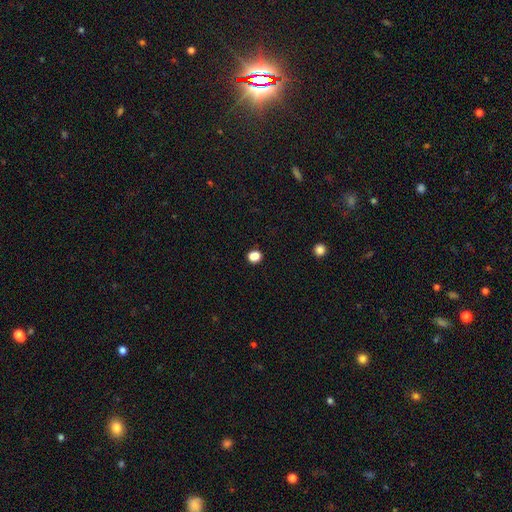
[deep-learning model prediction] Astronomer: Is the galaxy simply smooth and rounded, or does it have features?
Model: smooth — 80%.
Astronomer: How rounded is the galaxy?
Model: round — 73%.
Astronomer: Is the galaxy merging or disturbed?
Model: none — 88%.